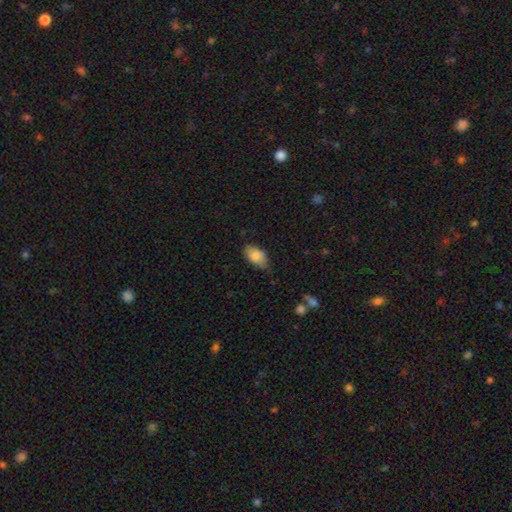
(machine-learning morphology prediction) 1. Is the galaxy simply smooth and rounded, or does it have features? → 84% smooth, 9% featured or disk, 7% star or artifact.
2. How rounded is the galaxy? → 92% in between, 5% round, 3% cigar-shaped.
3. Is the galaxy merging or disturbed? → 65% none, 28% minor disturbance, 5% major disturbance, 2% merger.